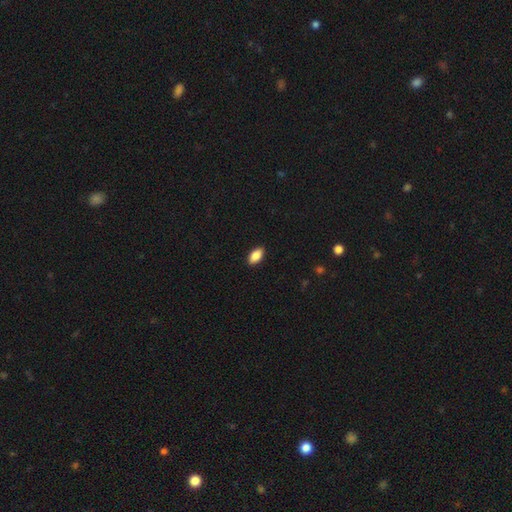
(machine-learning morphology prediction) smooth 87%, star or artifact 7%, featured or disk 6%. Down the decision tree: how rounded — in between (92%); merging — none (90%).